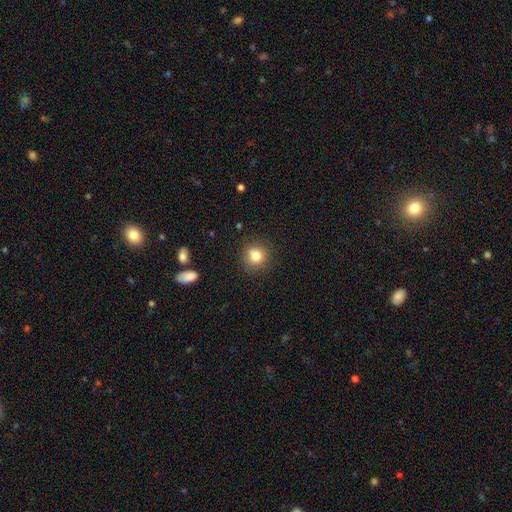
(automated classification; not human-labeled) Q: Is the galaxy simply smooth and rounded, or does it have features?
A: smooth — 81%.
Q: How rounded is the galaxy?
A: round — 87%.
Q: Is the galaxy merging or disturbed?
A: none — 85%.